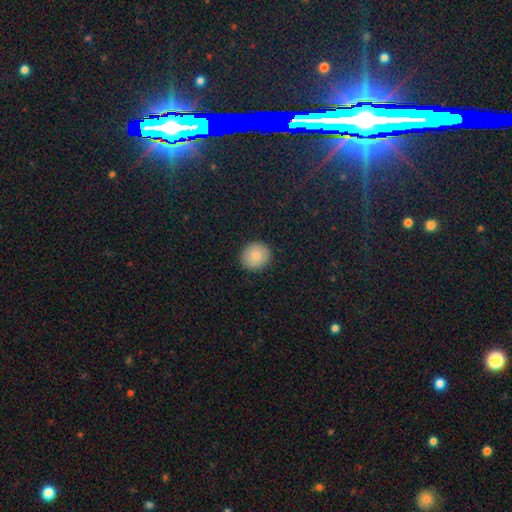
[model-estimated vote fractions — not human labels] smooth_or_featured: smooth (p=0.84) [alt: star or artifact p=0.08]
how_rounded: round (p=0.87) [alt: in between p=0.12]
merging: none (p=0.90) [alt: minor disturbance p=0.07]